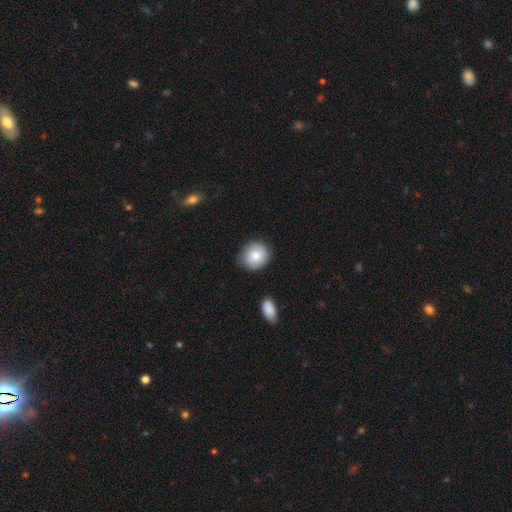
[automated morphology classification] type=smooth (84%); roundness=round (81%); merging=none (78%).